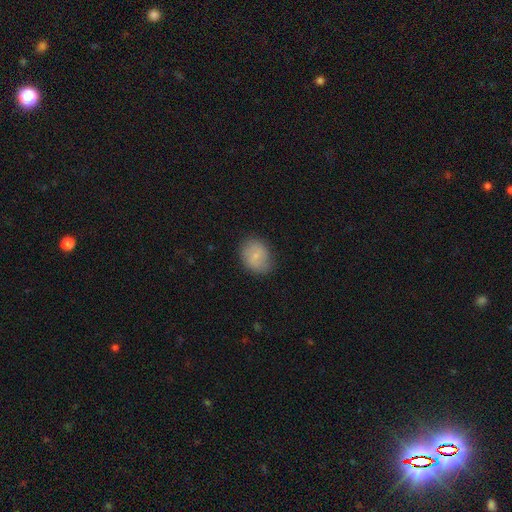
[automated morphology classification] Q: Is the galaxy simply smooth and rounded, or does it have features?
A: smooth — 72%.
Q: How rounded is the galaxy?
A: round — 53%.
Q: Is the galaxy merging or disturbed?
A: none — 77%.